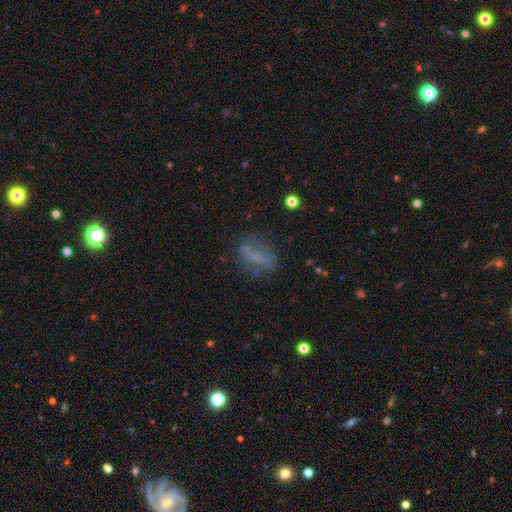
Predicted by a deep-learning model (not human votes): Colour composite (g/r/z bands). It shows a smooth galaxy with no disk features (46%). Merging: none (56%).